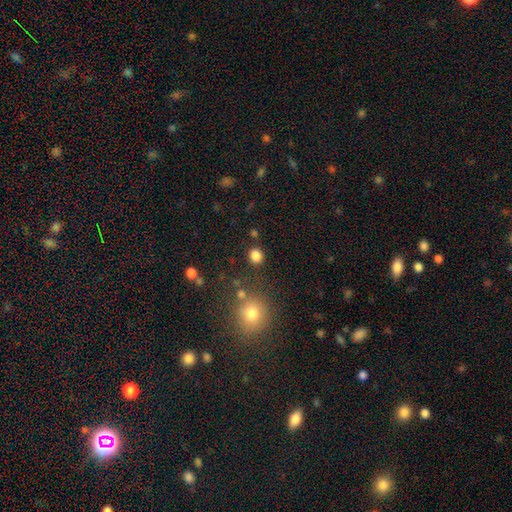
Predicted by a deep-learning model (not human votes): Smooth or featured? Predicted: smooth (p=0.83). How rounded? Predicted: round (p=0.78). Merging? Predicted: none (p=0.85).